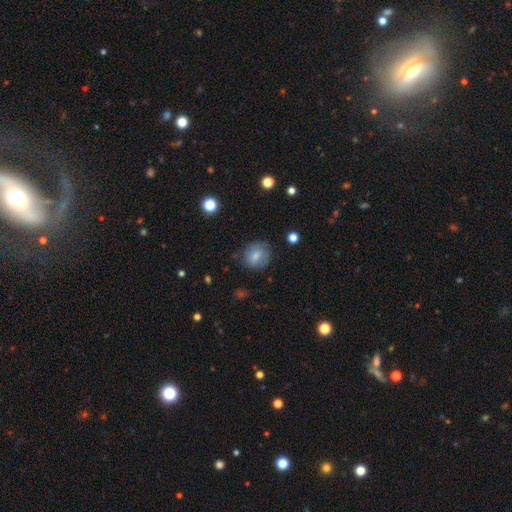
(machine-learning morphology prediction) smooth_or_featured: smooth (p=0.76) [alt: featured or disk p=0.15]
how_rounded: round (p=0.77) [alt: in between p=0.22]
merging: none (p=0.73) [alt: minor disturbance p=0.19]